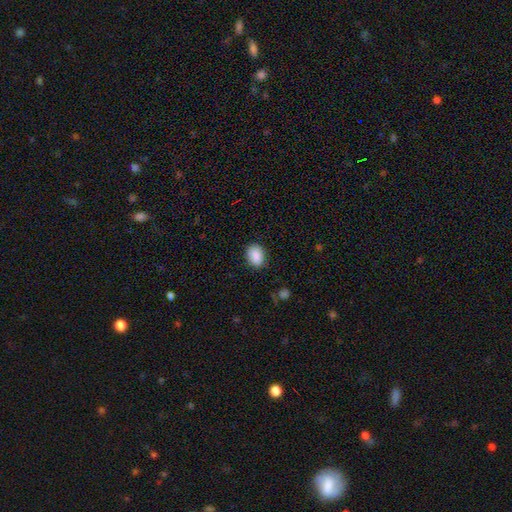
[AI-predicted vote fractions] The model was most divided on "how rounded": in between: 70%, round: 28%, cigar-shaped: 1%. More confident: smooth or featured — smooth (89%); merging — none (86%).